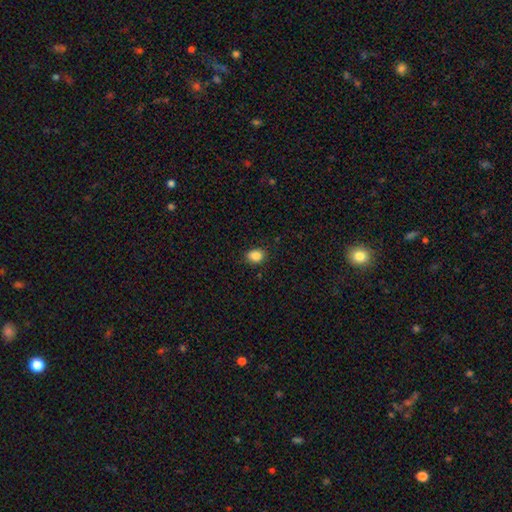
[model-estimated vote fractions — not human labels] Smooth or featured: smooth — 86% (star or artifact — 10%)
How rounded: in between — 53% (round — 46%)
Merging: none — 85% (minor disturbance — 11%)